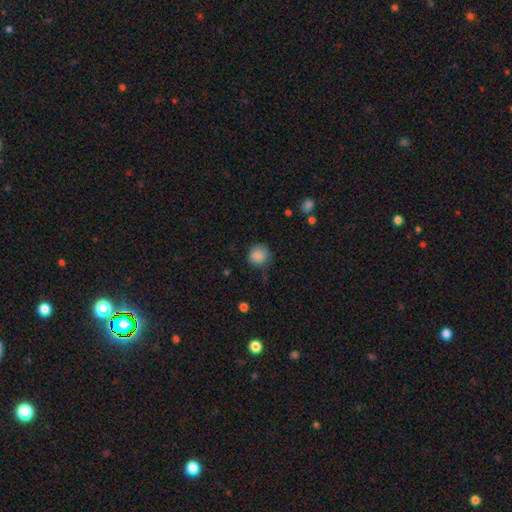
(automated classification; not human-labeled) Q: Smooth or featured?
A: smooth (86%); runner-up: star or artifact (10%)
Q: How rounded?
A: round (88%); runner-up: in between (11%)
Q: Merging?
A: none (75%); runner-up: minor disturbance (19%)